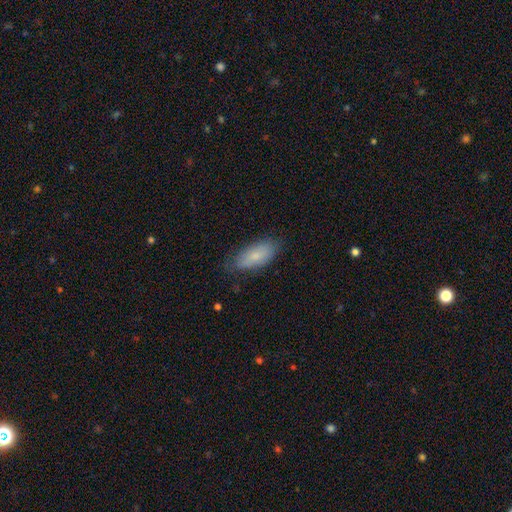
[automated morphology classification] A smooth galaxy with no disk features (78%) that is in between round and cigar-shaped (83%).

Vote fractions:
- Smooth or featured? smooth: 78% / featured or disk: 15% / star or artifact: 7%
- How rounded? in between: 83% / cigar-shaped: 14% / round: 2%
- Merging? none: 75% / minor disturbance: 20% / major disturbance: 4% / merger: 1%